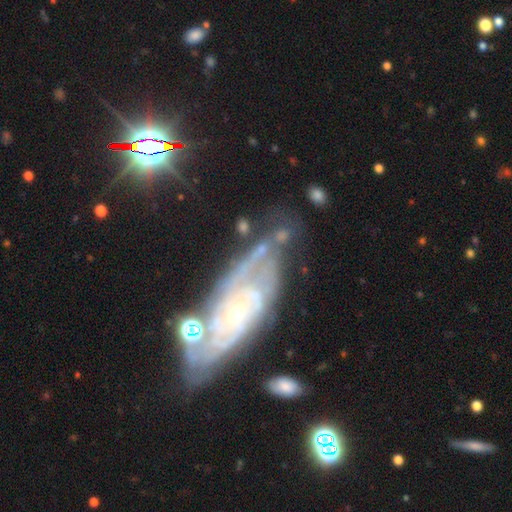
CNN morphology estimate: featured or disk 84%, star or artifact 8%, smooth 7%. Down the decision tree: edge-on disk — no (90%); bar — no (67%); spiral arms — yes (95%); spiral arm count — can't tell (36%); spiral winding — tight (68%); bulge size — small (76%); merging — none (62%).